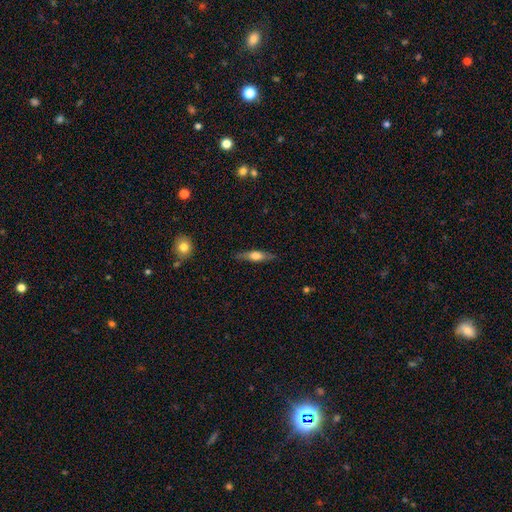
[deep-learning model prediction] A featured or disk galaxy (50%) viewed edge-on (91%).

Vote fractions:
- Smooth or featured? featured or disk: 50% / smooth: 43% / star or artifact: 6%
- Edge-on disk? yes: 91% / no: 9%
- Merging? none: 84% / minor disturbance: 12% / major disturbance: 3% / merger: 1%